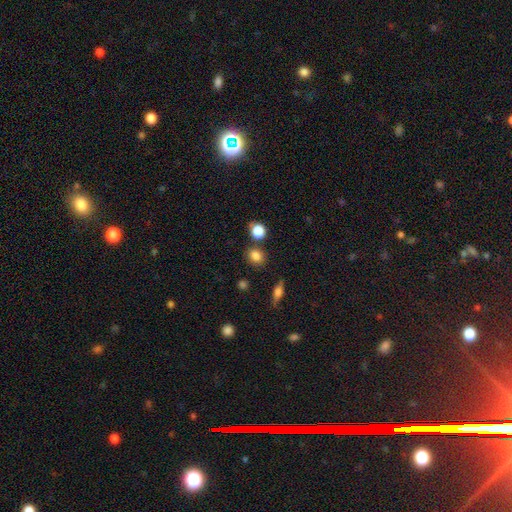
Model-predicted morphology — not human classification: This appears to be a smooth galaxy with no disk features (83%) that is round (70%). Merging: none (79%).